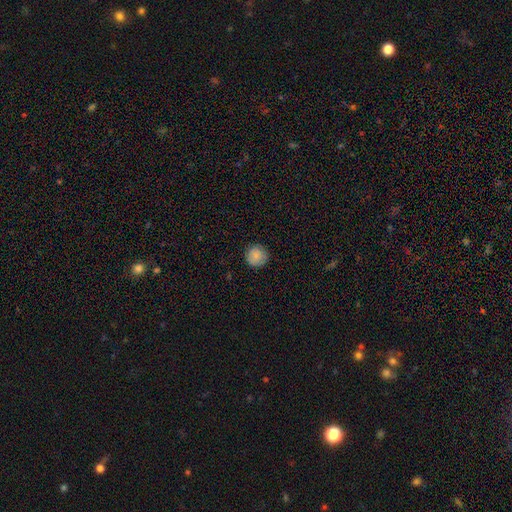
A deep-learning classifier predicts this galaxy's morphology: Smooth or featured? smooth (85%)
How rounded? round (95%)
Merging? none (89%)